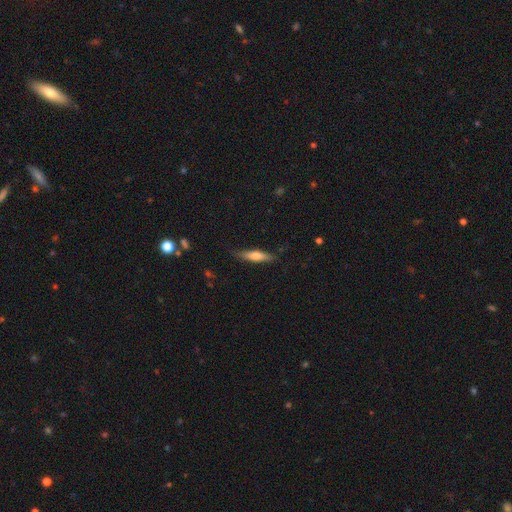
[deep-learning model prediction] Q: Smooth or featured?
A: smooth (57%); runner-up: featured or disk (36%)
Q: How rounded?
A: cigar-shaped (75%); runner-up: in between (24%)
Q: Merging?
A: none (77%); runner-up: minor disturbance (18%)